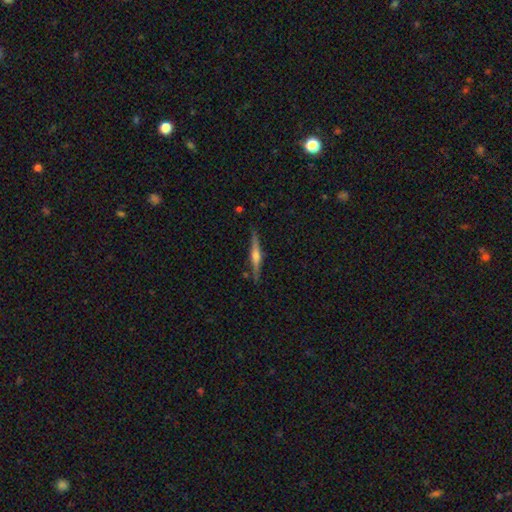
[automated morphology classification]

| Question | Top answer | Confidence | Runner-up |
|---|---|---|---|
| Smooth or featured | featured or disk | 72% | smooth (22%) |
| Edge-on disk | yes | 98% | no (2%) |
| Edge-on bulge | rounded | 85% | boxy (9%) |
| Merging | none | 87% | minor disturbance (10%) |